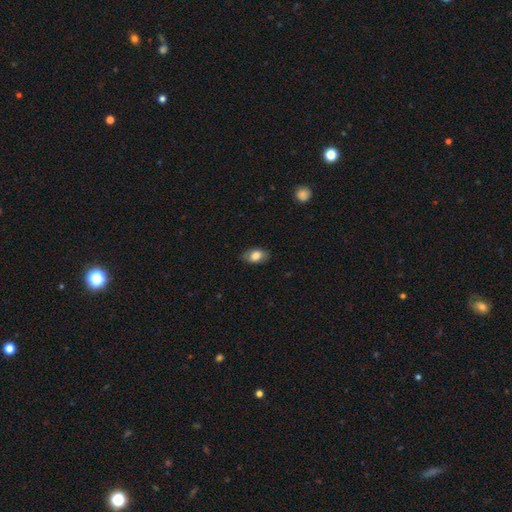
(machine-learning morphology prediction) Smooth or featured? smooth (81%)
How rounded? in between (87%)
Merging? none (83%)